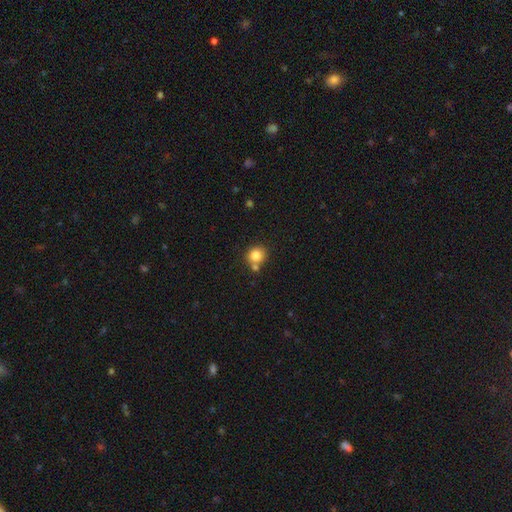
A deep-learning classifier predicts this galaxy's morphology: smooth-or-featured: smooth: 82% | star or artifact: 11% | featured or disk: 7%
  how-rounded: round: 87% | in between: 12% | cigar-shaped: 1%
  merging: none: 64% | merger: 22% | minor disturbance: 10% | major disturbance: 3%